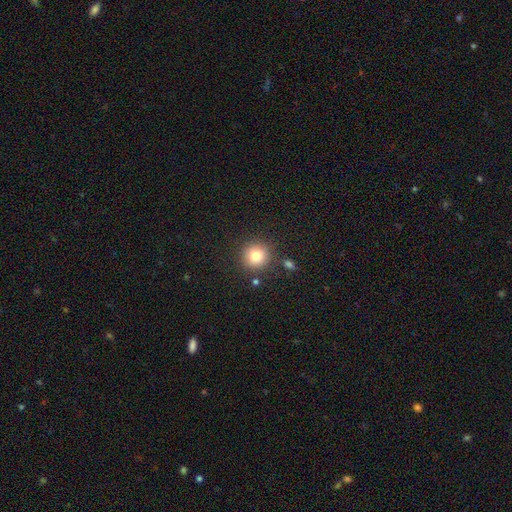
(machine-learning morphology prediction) This appears to be a smooth galaxy with no disk features (79%) that is round (94%). Merging: none (86%).